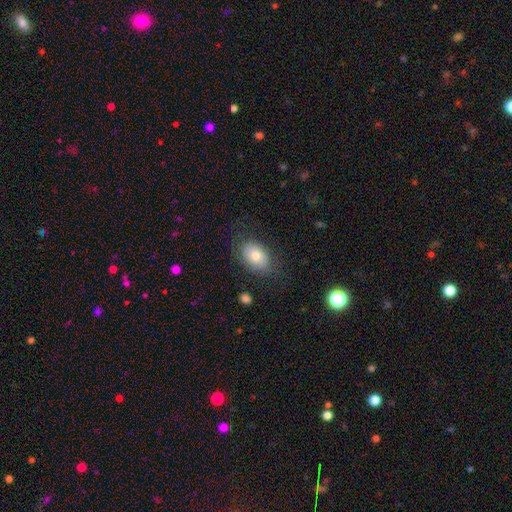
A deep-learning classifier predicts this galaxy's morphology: A smooth galaxy with no disk features (74%) that is in between round and cigar-shaped (84%).

Vote fractions:
- Smooth or featured? smooth: 74% / featured or disk: 17% / star or artifact: 9%
- How rounded? in between: 84% / round: 15% / cigar-shaped: 1%
- Merging? none: 76% / minor disturbance: 16% / major disturbance: 7% / merger: 1%